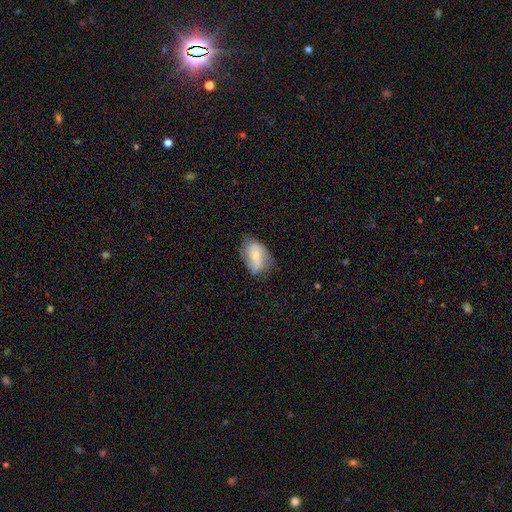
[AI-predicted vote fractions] smooth-or-featured: smooth: 51% | featured or disk: 42% | star or artifact: 8%
  how-rounded: in between: 87% | round: 12% | cigar-shaped: 2%
  merging: none: 55% | minor disturbance: 31% | major disturbance: 11% | merger: 3%